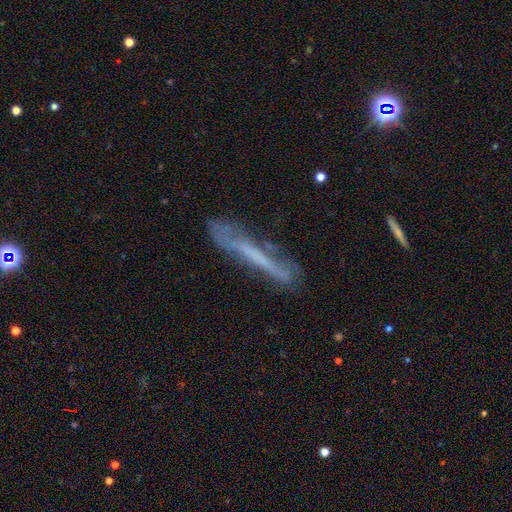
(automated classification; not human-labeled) A featured or disk galaxy (53%) viewed edge-on (75%).

Vote fractions:
- Smooth or featured? featured or disk: 53% / smooth: 36% / star or artifact: 11%
- Edge-on disk? yes: 75% / no: 25%
- Merging? none: 66% / minor disturbance: 22% / major disturbance: 9% / merger: 3%